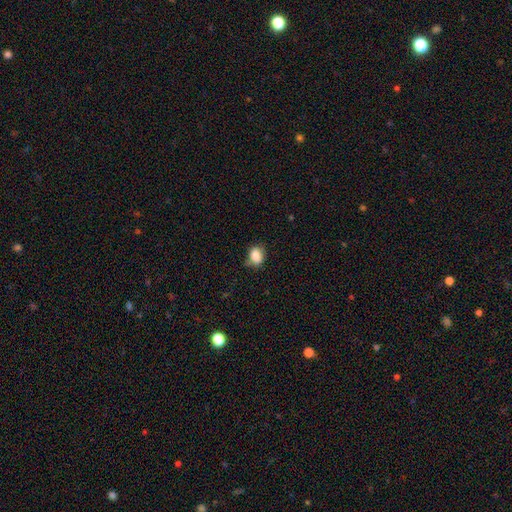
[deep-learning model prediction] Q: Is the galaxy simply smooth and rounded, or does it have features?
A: smooth — 87%.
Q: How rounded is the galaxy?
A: in between — 66%.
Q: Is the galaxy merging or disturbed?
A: none — 68%.